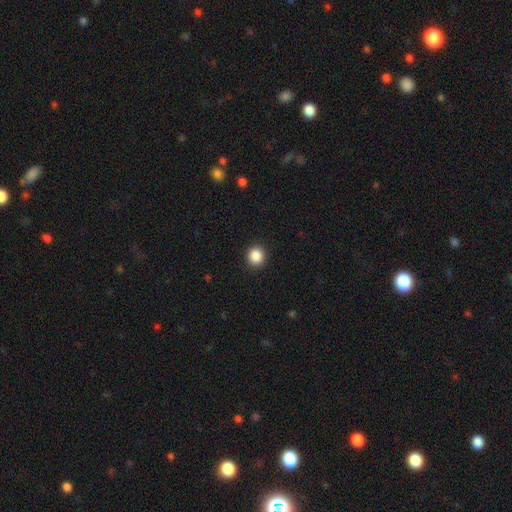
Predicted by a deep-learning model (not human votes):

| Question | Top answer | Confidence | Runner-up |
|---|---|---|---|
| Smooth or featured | smooth | 87% | star or artifact (10%) |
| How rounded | round | 90% | in between (9%) |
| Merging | none | 92% | minor disturbance (5%) |